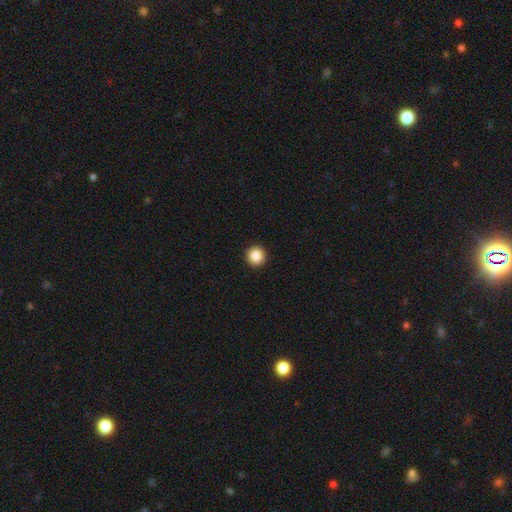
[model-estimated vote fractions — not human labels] Smooth or featured? Predicted: smooth (p=0.87). How rounded? Predicted: round (p=0.95). Merging? Predicted: none (p=0.94).